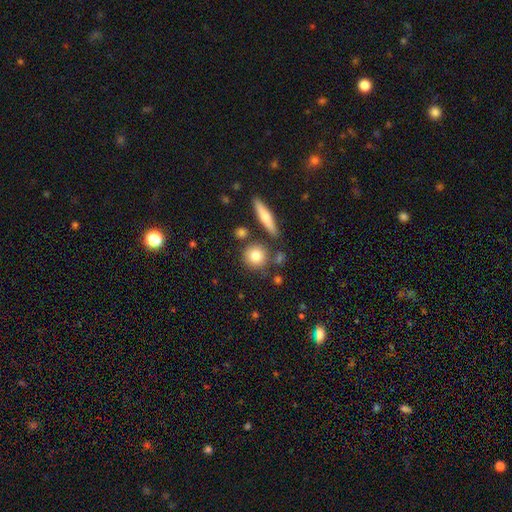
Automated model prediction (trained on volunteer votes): smooth_or_featured: smooth (p=0.79) [alt: featured or disk p=0.12]
how_rounded: round (p=0.84) [alt: in between p=0.13]
merging: none (p=0.77) [alt: minor disturbance p=0.10]